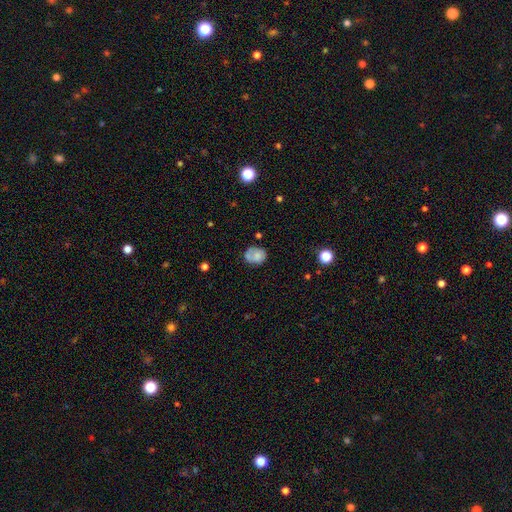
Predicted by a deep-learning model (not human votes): A smooth galaxy with no disk features (68%) that is round (50%). Merging: none (54%).